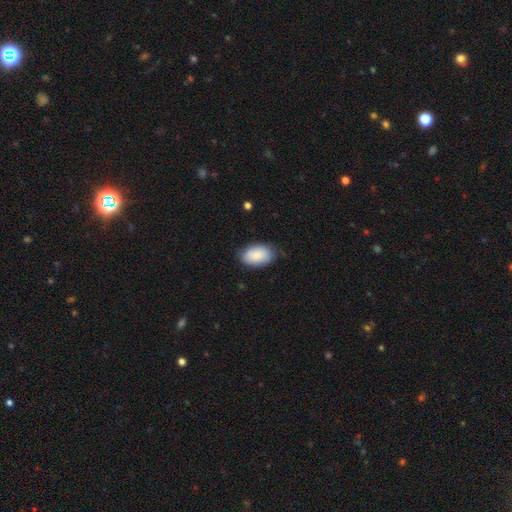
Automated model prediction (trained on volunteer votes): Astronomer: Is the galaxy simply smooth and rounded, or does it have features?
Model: smooth — 85%.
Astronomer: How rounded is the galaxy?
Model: in between — 92%.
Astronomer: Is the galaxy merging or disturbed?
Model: none — 75%.